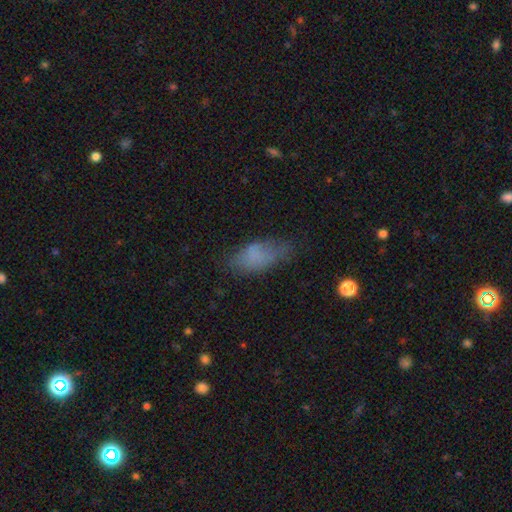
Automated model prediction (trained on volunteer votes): Smooth or featured? Predicted: smooth (p=0.71). How rounded? Predicted: in between (p=0.85). Merging? Predicted: none (p=0.55).